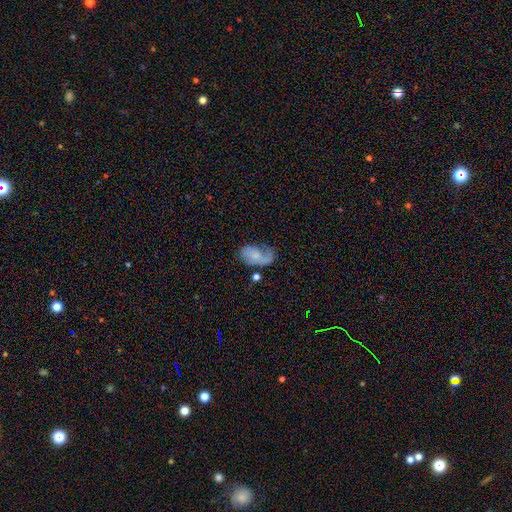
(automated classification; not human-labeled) featured or disk 54%, smooth 38%, star or artifact 8%. Down the decision tree: edge-on disk — no (96%); bar — no (70%); spiral arms — yes (82%); bulge size — small (48%); merging — none (40%).